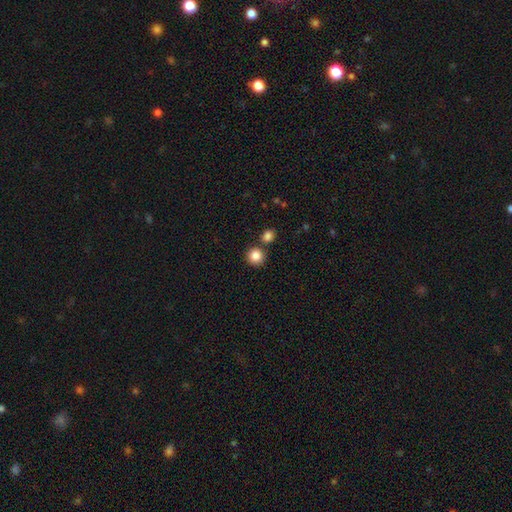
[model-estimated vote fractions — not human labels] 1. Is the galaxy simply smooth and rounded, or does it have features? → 85% smooth, 10% star or artifact, 5% featured or disk.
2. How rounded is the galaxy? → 93% round, 6% in between, 1% cigar-shaped.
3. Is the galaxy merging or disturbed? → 77% none, 14% merger, 7% minor disturbance, 2% major disturbance.